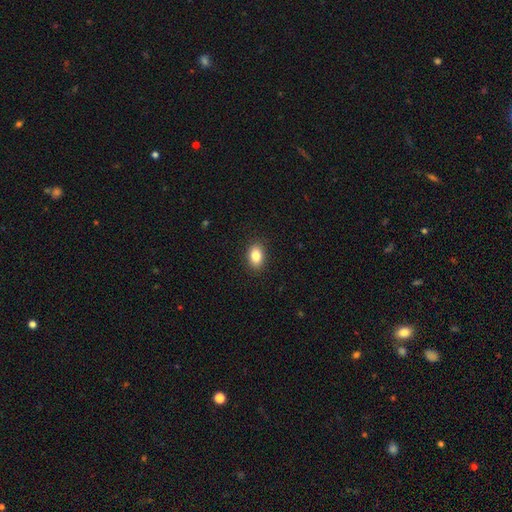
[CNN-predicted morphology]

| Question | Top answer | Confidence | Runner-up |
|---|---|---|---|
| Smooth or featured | smooth | 84% | star or artifact (9%) |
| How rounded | in between | 82% | round (16%) |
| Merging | none | 90% | minor disturbance (7%) |